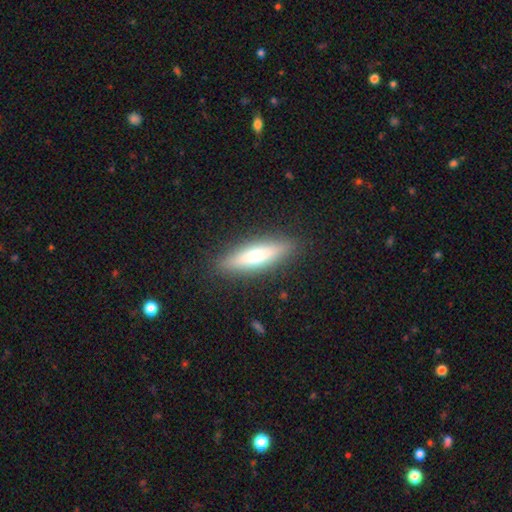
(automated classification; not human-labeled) Morphology: type=smooth (61%); roundness=cigar-shaped (71%); merging=none (88%).